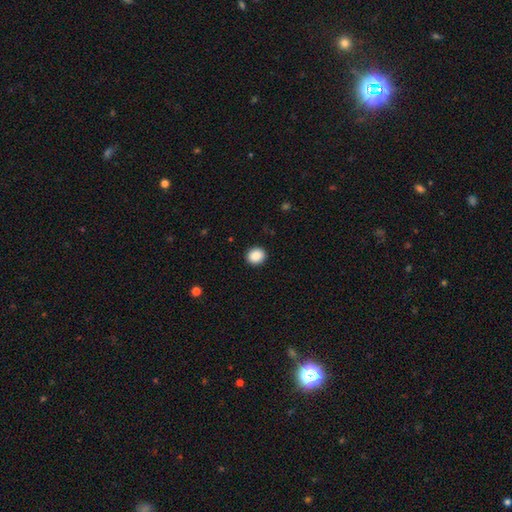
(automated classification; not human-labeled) Q: Smooth or featured?
A: smooth (89%); runner-up: star or artifact (9%)
Q: How rounded?
A: round (81%); runner-up: in between (18%)
Q: Merging?
A: none (92%); runner-up: minor disturbance (6%)